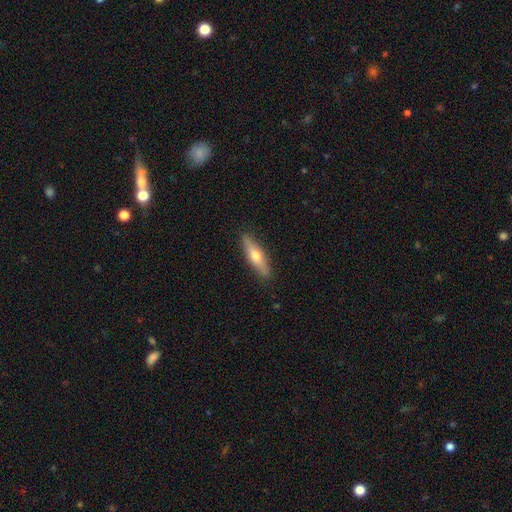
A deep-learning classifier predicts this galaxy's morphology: Overall: smooth (50%; featured or disk 44%). Merging: none (89%).